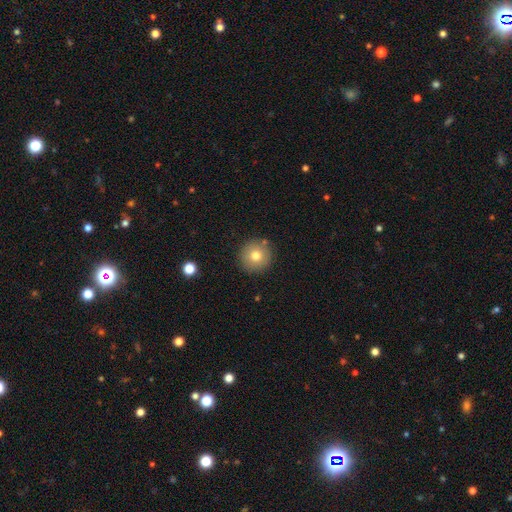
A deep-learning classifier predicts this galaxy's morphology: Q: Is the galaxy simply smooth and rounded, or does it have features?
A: smooth — 76%.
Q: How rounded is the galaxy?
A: round — 95%.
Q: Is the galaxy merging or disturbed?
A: none — 87%.